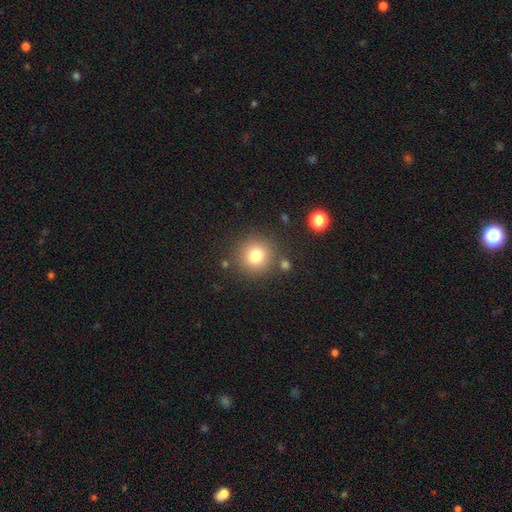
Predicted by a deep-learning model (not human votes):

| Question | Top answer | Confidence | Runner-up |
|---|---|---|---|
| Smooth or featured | smooth | 78% | star or artifact (12%) |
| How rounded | round | 92% | in between (7%) |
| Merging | none | 82% | minor disturbance (9%) |